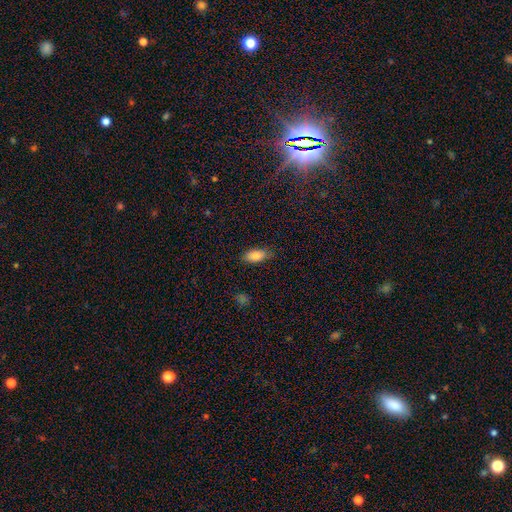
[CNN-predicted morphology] type=smooth (85%); roundness=in between (88%); merging=none (80%).